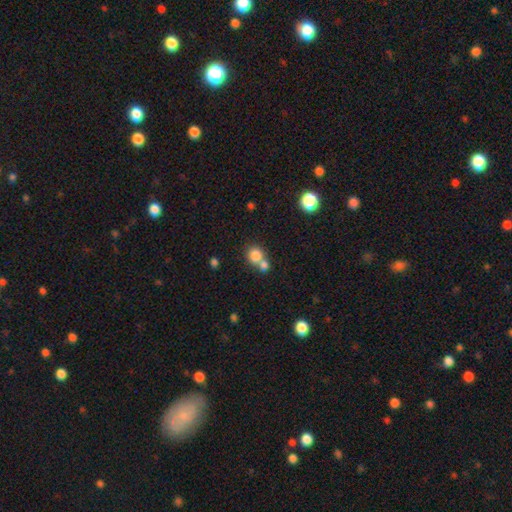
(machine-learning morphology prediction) This appears to be a smooth galaxy with no disk features (81%) that is round (83%). Merging: merger (48%).